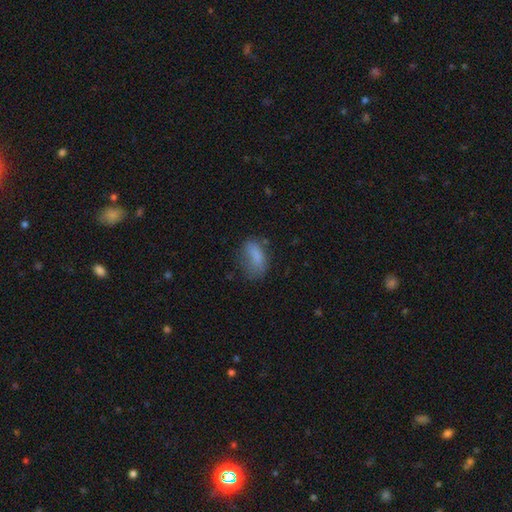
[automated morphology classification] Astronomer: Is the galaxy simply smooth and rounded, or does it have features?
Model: smooth — 76%.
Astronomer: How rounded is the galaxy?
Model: in between — 87%.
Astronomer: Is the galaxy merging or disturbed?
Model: none — 45% (runner-up: minor disturbance, 30%).